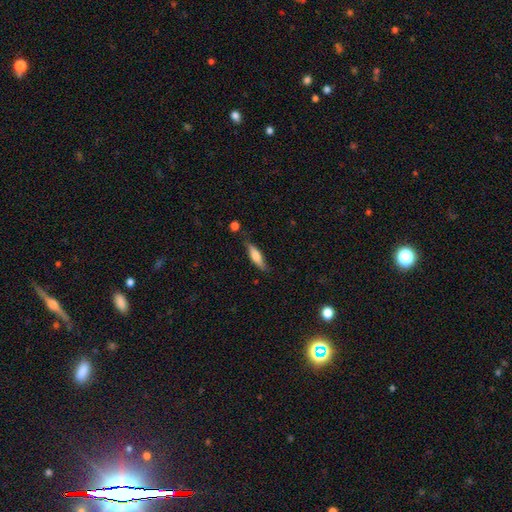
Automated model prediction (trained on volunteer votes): A smooth galaxy with no disk features (67%) that is cigar-shaped (63%). Merging: none (72%).